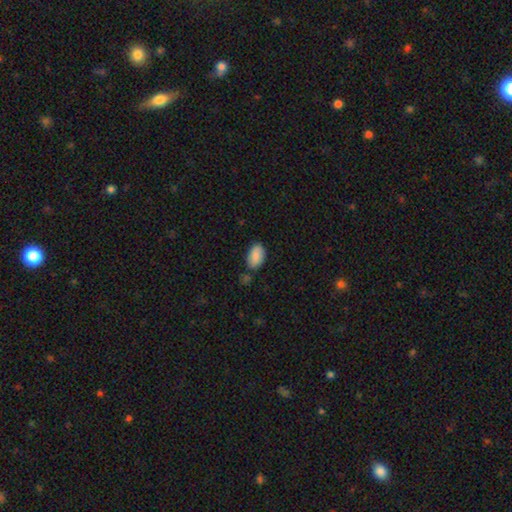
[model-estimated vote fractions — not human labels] Q: Smooth or featured?
A: smooth (88%); runner-up: star or artifact (7%)
Q: How rounded?
A: in between (93%); runner-up: round (5%)
Q: Merging?
A: none (71%); runner-up: minor disturbance (18%)